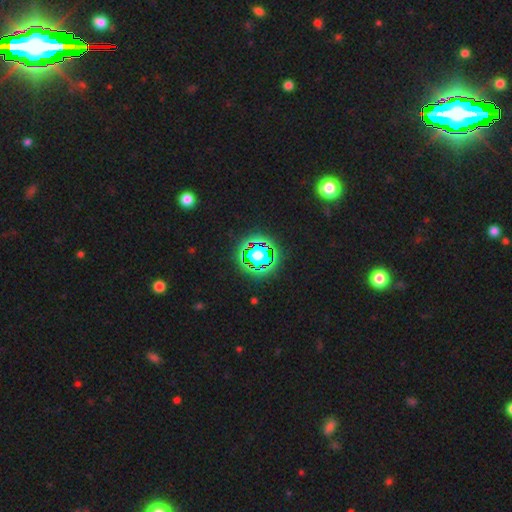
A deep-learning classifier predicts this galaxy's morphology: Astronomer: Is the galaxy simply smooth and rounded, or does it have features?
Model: star or artifact — 75%.